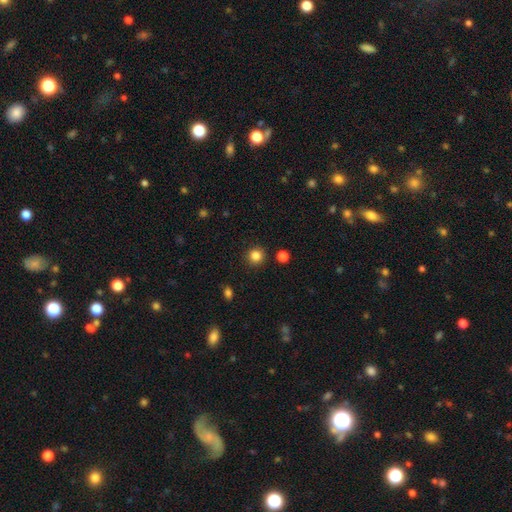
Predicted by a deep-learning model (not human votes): The model was most divided on "smooth or featured": smooth: 84%, star or artifact: 12%, featured or disk: 4%. More confident: how rounded — round (94%); merging — none (91%).